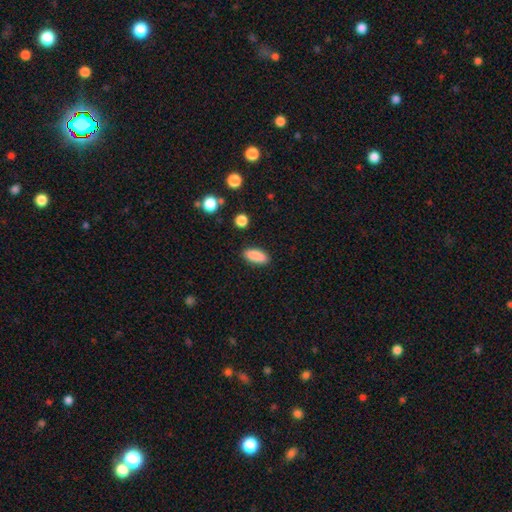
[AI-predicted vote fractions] smooth-or-featured: smooth: 89% | star or artifact: 7% | featured or disk: 4%
  how-rounded: in between: 80% | cigar-shaped: 18% | round: 2%
  merging: none: 88% | minor disturbance: 8% | major disturbance: 2% | merger: 1%